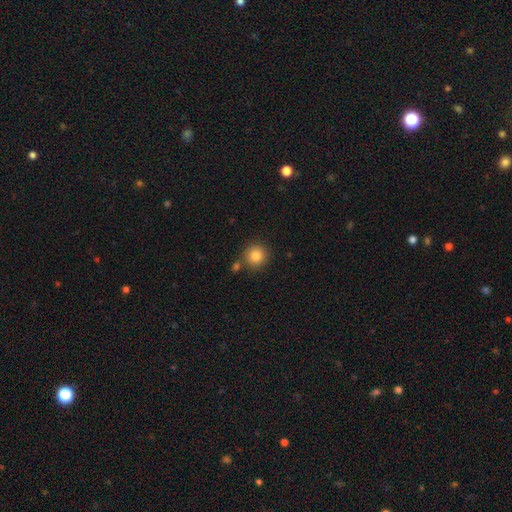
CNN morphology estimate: A smooth galaxy with no disk features (84%) that is round (93%). Merging: none (79%).